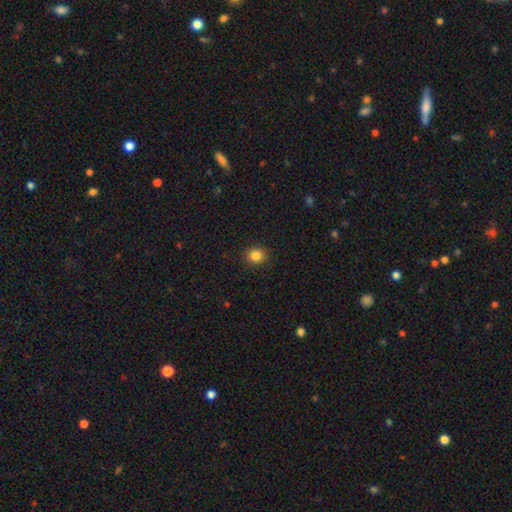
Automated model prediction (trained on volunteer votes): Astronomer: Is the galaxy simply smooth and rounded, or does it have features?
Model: smooth — 85%.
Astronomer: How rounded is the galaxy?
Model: round — 78%.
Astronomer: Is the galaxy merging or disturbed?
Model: none — 91%.